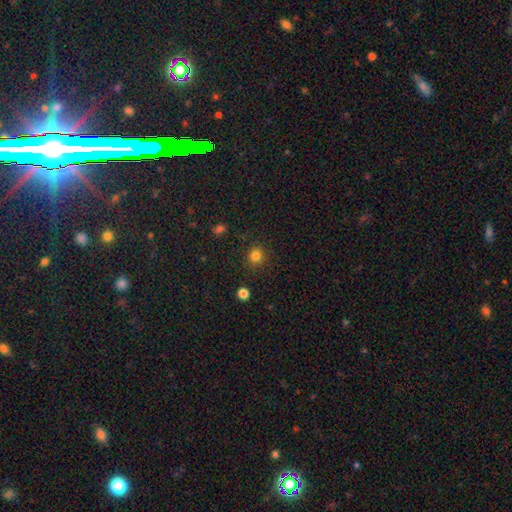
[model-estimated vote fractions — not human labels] Smooth or featured: smooth — 82% (star or artifact — 14%)
How rounded: round — 89% (in between — 10%)
Merging: none — 89% (minor disturbance — 7%)